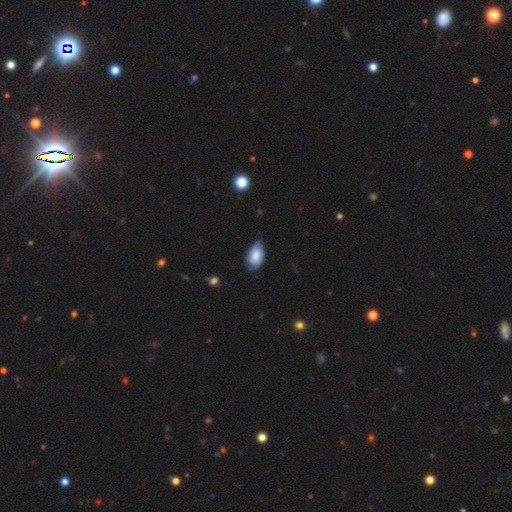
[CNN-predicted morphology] smooth-or-featured: smooth: 82% | featured or disk: 12% | star or artifact: 6%
  how-rounded: in between: 95% | round: 4% | cigar-shaped: 2%
  merging: none: 70% | minor disturbance: 25% | major disturbance: 4% | merger: 1%